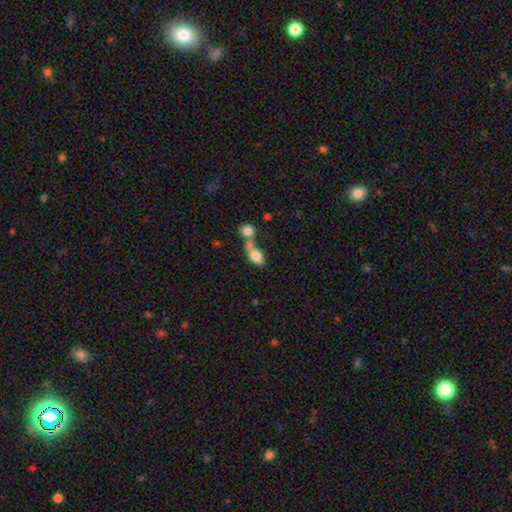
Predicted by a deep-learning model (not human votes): Smooth or featured: smooth — 80% (featured or disk — 12%)
How rounded: in between — 84% (round — 12%)
Merging: merger — 57% (none — 29%)